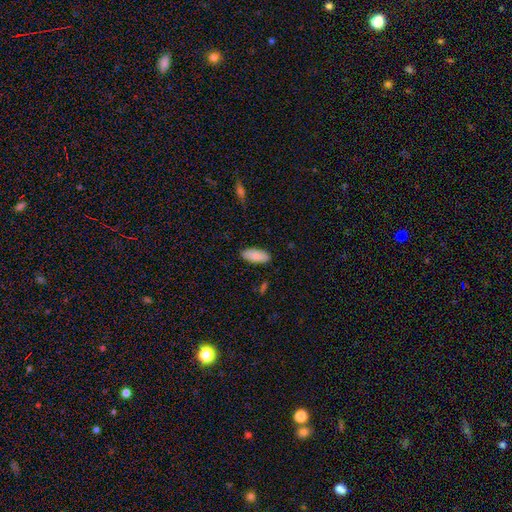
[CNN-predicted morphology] A smooth galaxy with no disk features (85%) that is in between round and cigar-shaped (88%).

Vote fractions:
- Smooth or featured? smooth: 85% / featured or disk: 9% / star or artifact: 6%
- How rounded? in between: 88% / cigar-shaped: 11% / round: 2%
- Merging? none: 87% / minor disturbance: 10% / major disturbance: 2% / merger: 1%